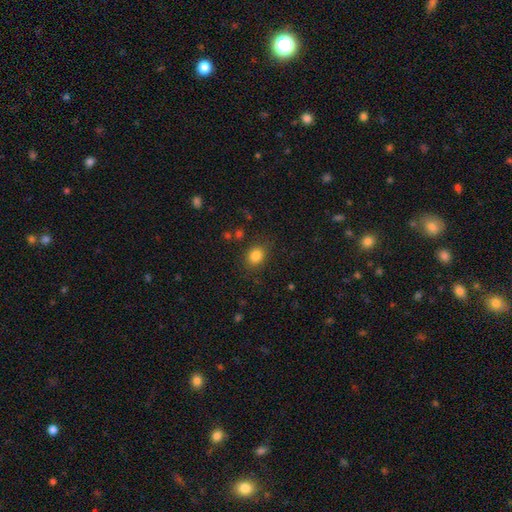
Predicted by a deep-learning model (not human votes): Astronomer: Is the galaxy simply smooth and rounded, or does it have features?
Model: smooth — 83%.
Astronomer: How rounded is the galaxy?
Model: round — 57% (runner-up: in between, 42%).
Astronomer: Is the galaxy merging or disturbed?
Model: none — 83%.